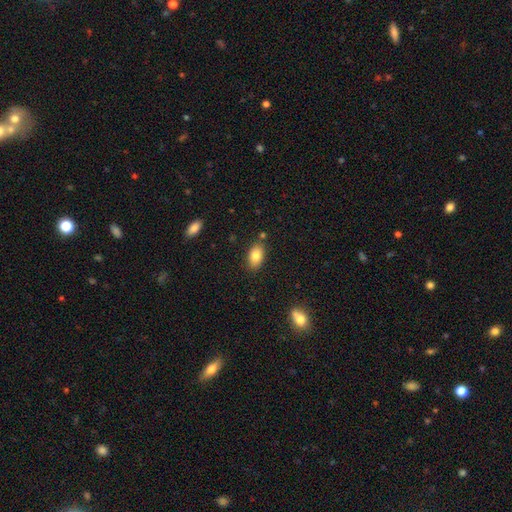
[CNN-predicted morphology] smooth_or_featured: smooth (p=0.82) [alt: featured or disk p=0.10]
how_rounded: in between (p=0.91) [alt: round p=0.07]
merging: none (p=0.82) [alt: minor disturbance p=0.11]